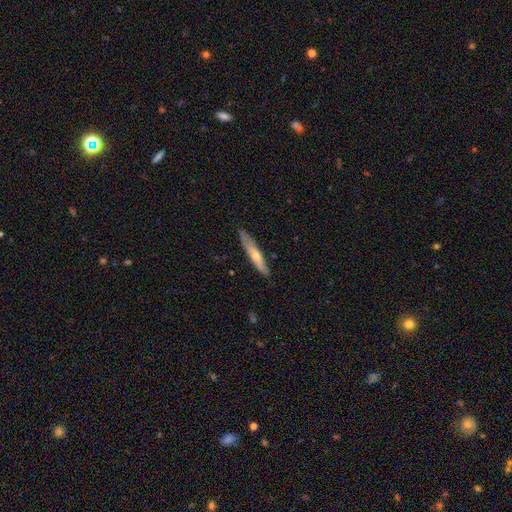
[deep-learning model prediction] smooth_or_featured: featured or disk (p=0.49) [alt: smooth p=0.46]
merging: none (p=0.83) [alt: minor disturbance p=0.13]